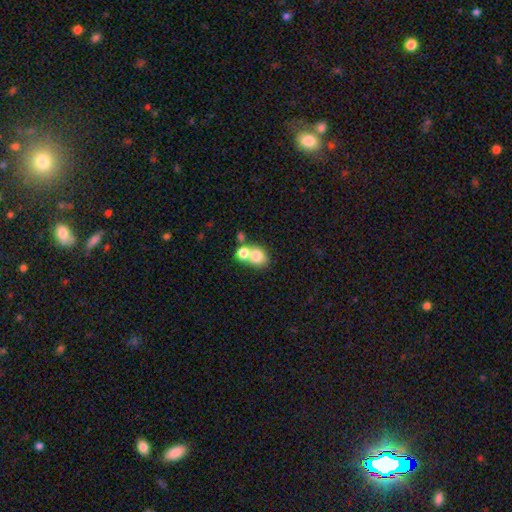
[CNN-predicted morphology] Overall: smooth (75%). How rounded: round (59%; in between 40%). Merging: merger (56%; none 34%).